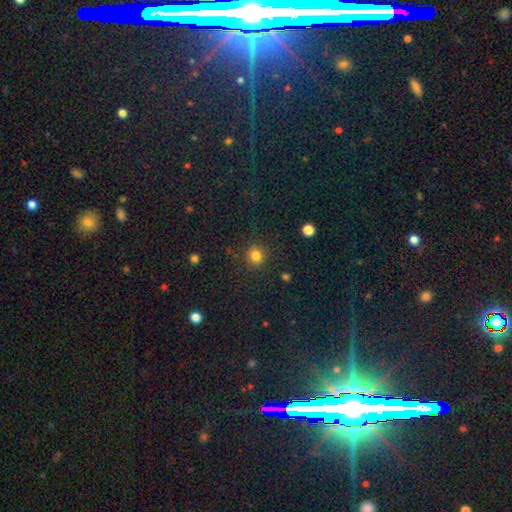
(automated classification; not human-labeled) Smooth or featured: smooth — 82% (star or artifact — 13%)
How rounded: round — 89% (in between — 10%)
Merging: none — 89% (minor disturbance — 7%)